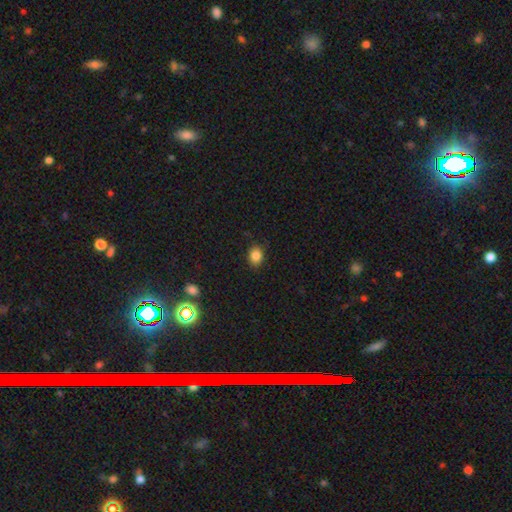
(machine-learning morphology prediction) smooth_or_featured: smooth (p=0.84) [alt: star or artifact p=0.11]
how_rounded: round (p=0.52) [alt: in between p=0.47]
merging: none (p=0.84) [alt: minor disturbance p=0.12]